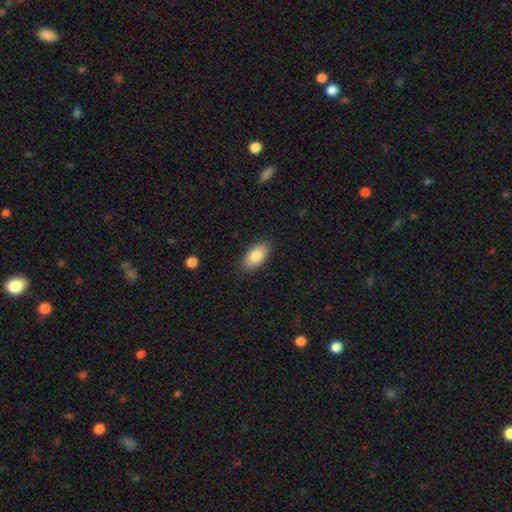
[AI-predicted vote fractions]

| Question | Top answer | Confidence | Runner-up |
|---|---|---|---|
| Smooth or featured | smooth | 85% | featured or disk (9%) |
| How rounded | in between | 92% | cigar-shaped (4%) |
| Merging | none | 85% | minor disturbance (11%) |